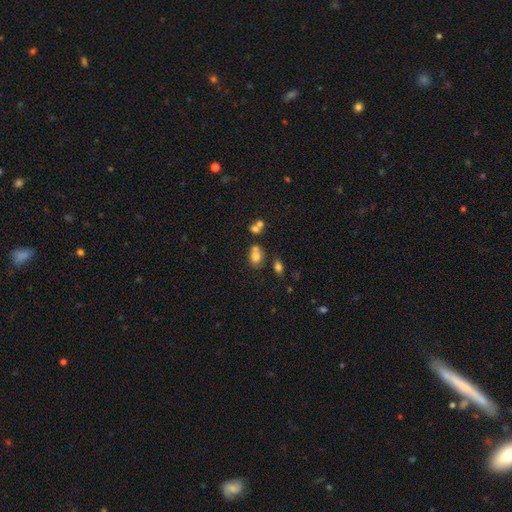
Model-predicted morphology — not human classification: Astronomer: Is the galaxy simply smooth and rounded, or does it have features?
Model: smooth — 74%.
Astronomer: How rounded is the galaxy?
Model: in between — 65%.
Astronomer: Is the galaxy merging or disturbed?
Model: none — 45% (runner-up: merger, 33%).